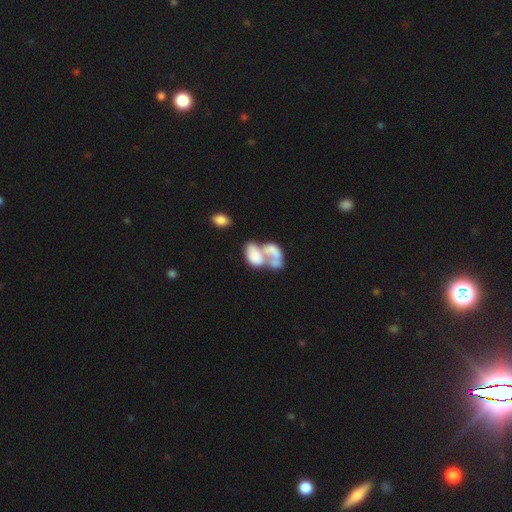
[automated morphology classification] smooth 56%, featured or disk 35%, star or artifact 9%. Down the decision tree: how rounded — in between (89%); merging — merger (70%).